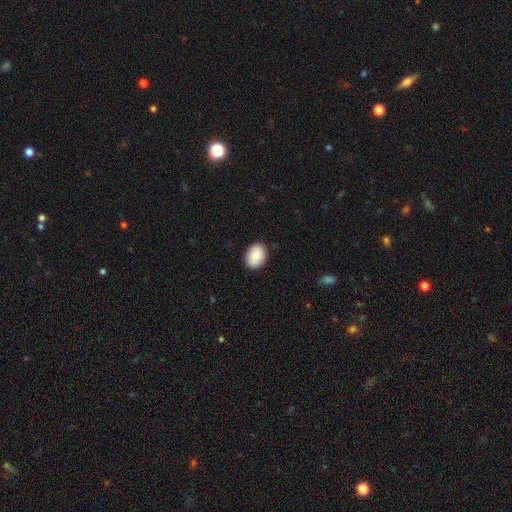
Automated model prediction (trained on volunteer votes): Morphology: type=smooth (90%); roundness=in between (77%); merging=none (89%).